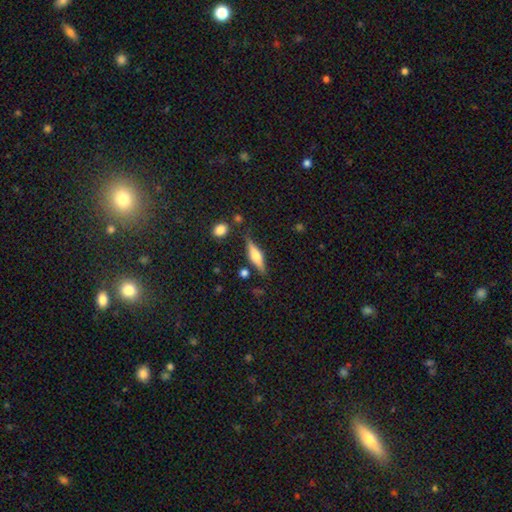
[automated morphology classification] This appears to be a featured or disk galaxy (58%) viewed edge-on (95%) with a rounded central bulge (85%). Merging: none (81%).